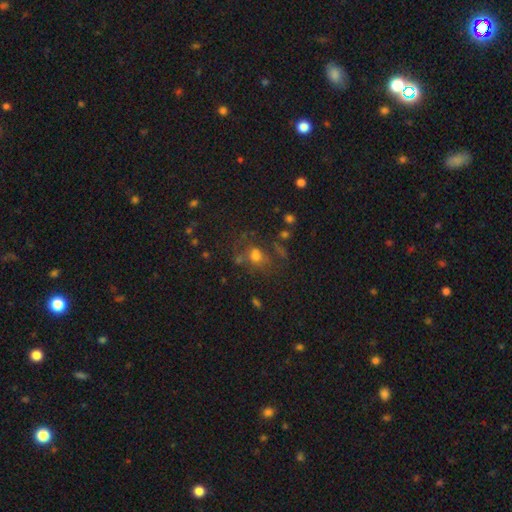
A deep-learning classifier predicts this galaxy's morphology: The model was most divided on "how rounded": round: 53%, in between: 45%, cigar-shaped: 2%. Remaining: smooth or featured — smooth (55%); merging — none (47%).